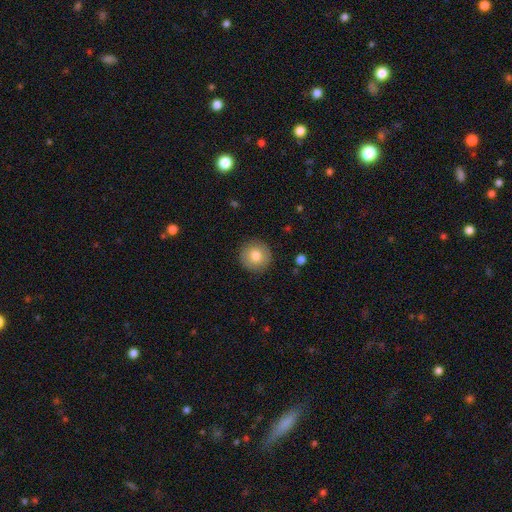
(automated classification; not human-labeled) A smooth galaxy with no disk features (80%) that is round (94%).

Vote fractions:
- Smooth or featured? smooth: 80% / featured or disk: 12% / star or artifact: 8%
- How rounded? round: 94% / in between: 5% / cigar-shaped: 1%
- Merging? none: 90% / minor disturbance: 7% / major disturbance: 2% / merger: 1%